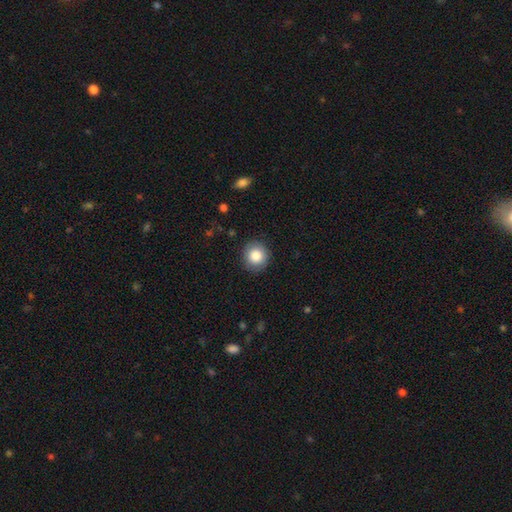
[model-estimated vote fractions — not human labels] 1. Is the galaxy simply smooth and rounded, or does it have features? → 85% smooth, 9% star or artifact, 7% featured or disk.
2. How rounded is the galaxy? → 90% round, 9% in between, 1% cigar-shaped.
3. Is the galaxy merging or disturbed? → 89% none, 8% minor disturbance, 2% major disturbance, 1% merger.